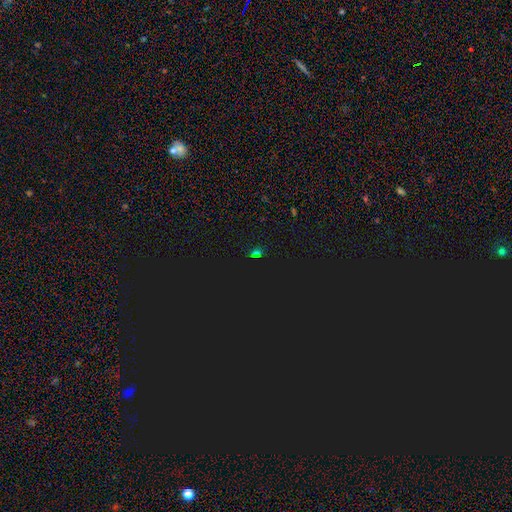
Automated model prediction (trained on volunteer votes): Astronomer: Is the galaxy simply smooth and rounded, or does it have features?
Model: star or artifact — 62%.